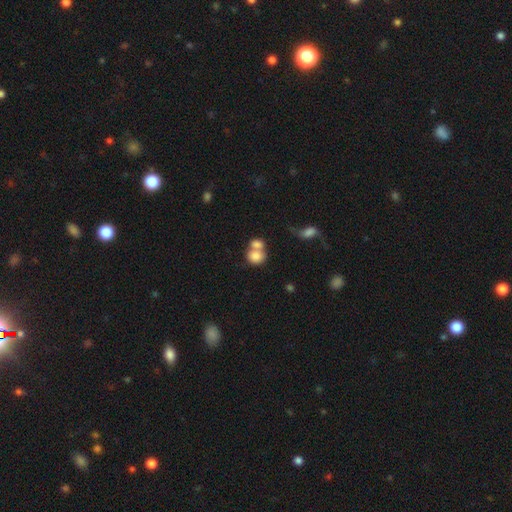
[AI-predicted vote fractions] Smooth or featured: smooth — 78% (featured or disk — 13%)
How rounded: round — 55% (in between — 43%)
Merging: merger — 62% (none — 24%)